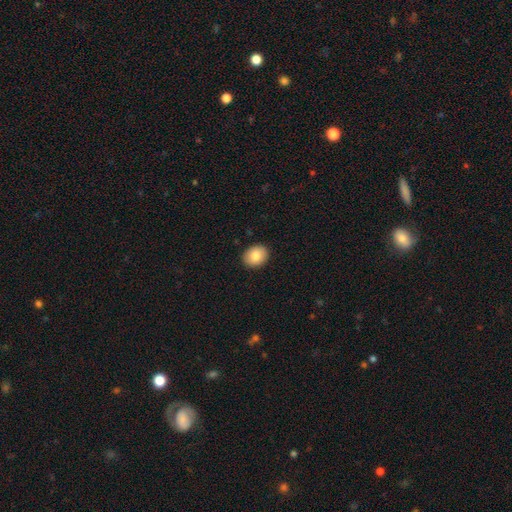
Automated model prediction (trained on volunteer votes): A smooth galaxy with no disk features (86%) that is in between round and cigar-shaped (53%). Merging: none (90%).